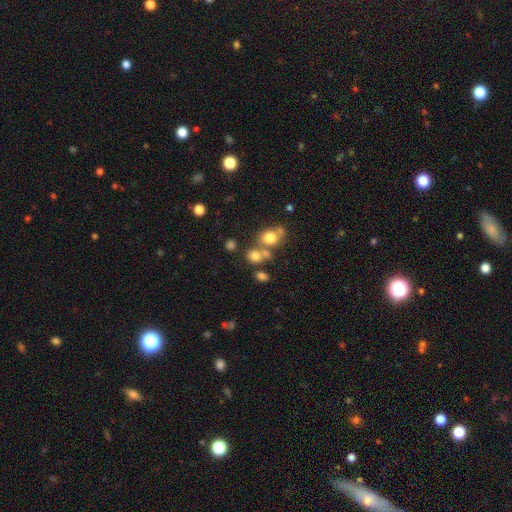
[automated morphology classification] Q: Smooth or featured?
A: smooth (73%); runner-up: star or artifact (15%)
Q: How rounded?
A: round (66%); runner-up: in between (33%)
Q: Merging?
A: none (47%); runner-up: merger (37%)